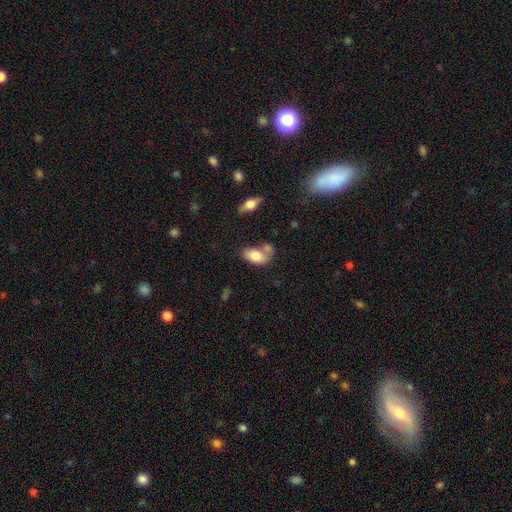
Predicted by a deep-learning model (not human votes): Smooth or featured: smooth — 78% (featured or disk — 15%)
How rounded: in between — 89% (round — 9%)
Merging: none — 37% (merger — 36%)